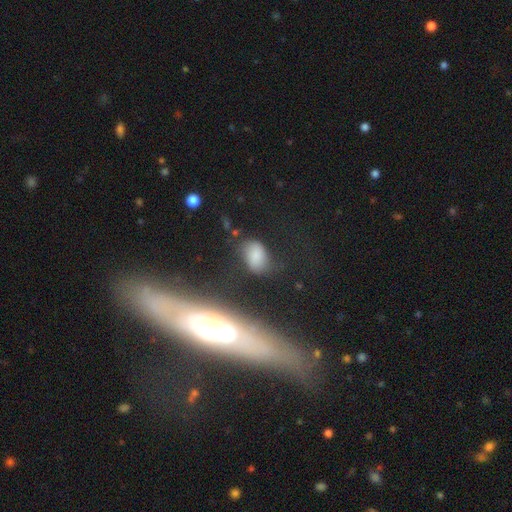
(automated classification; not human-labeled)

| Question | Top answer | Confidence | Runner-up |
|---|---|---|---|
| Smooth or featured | smooth | 73% | star or artifact (16%) |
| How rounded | in between | 86% | round (12%) |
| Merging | none | 60% | minor disturbance (24%) |